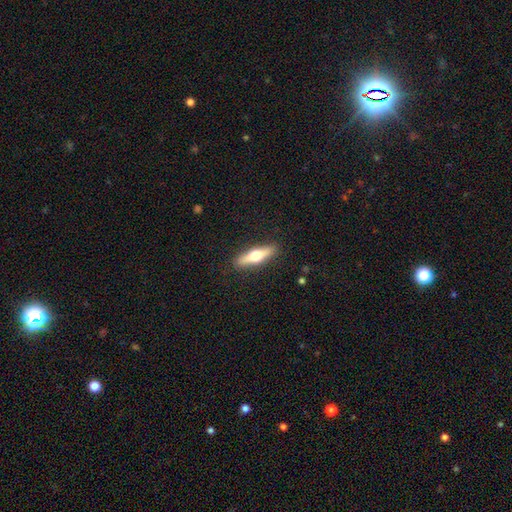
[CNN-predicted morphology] Smooth or featured: featured or disk — 52% (smooth — 43%)
Edge-on disk: yes — 93% (no — 7%)
Merging: none — 90% (minor disturbance — 7%)